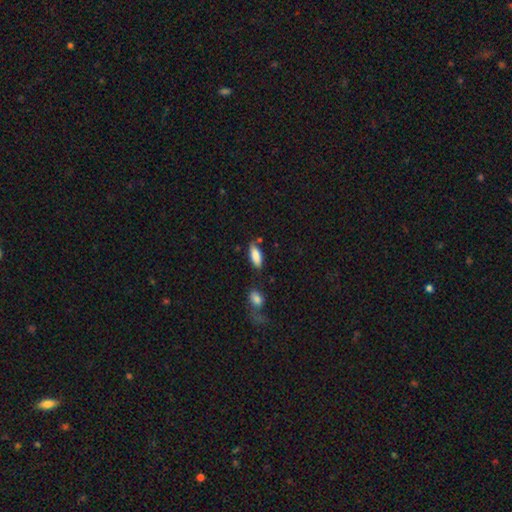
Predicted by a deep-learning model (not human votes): A smooth galaxy with no disk features (85%) that is in between round and cigar-shaped (77%).

Vote fractions:
- Smooth or featured? smooth: 85% / featured or disk: 9% / star or artifact: 6%
- How rounded? in between: 77% / cigar-shaped: 21% / round: 2%
- Merging? none: 69% / minor disturbance: 20% / merger: 7% / major disturbance: 5%